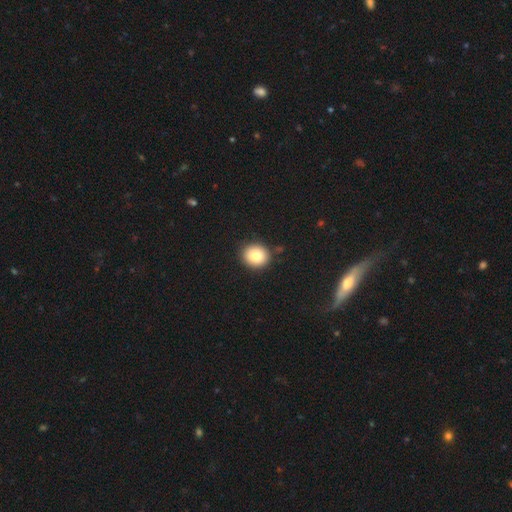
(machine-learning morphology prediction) The model was most divided on "how rounded": round: 85%, in between: 14%, cigar-shaped: 1%. More confident: merging — none (89%); smooth or featured — smooth (81%).